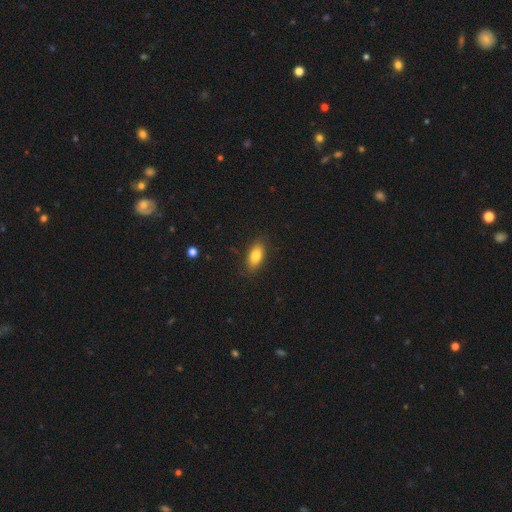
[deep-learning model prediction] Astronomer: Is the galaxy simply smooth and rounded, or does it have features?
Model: smooth — 82%.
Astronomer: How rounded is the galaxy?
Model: in between — 88%.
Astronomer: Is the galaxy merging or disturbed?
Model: none — 86%.